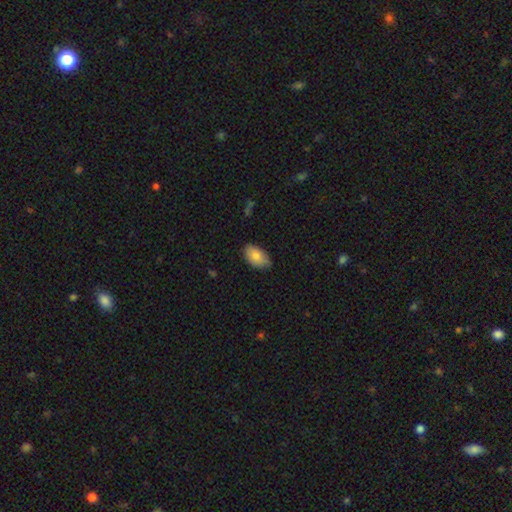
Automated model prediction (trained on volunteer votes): Q: Smooth or featured?
A: smooth (81%); runner-up: featured or disk (13%)
Q: How rounded?
A: in between (92%); runner-up: round (6%)
Q: Merging?
A: none (74%); runner-up: minor disturbance (22%)